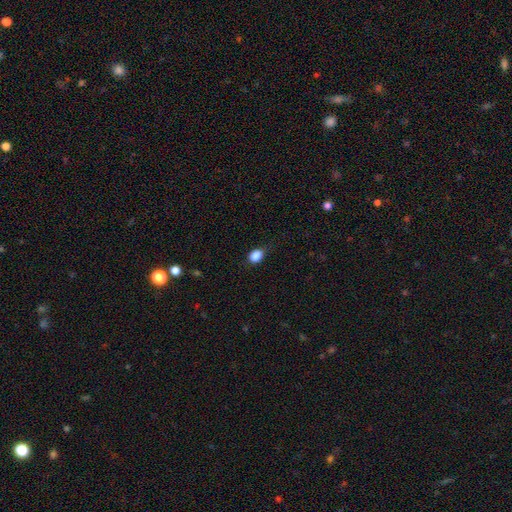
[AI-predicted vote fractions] Smooth or featured? smooth (87%)
How rounded? in between (65%)
Merging? none (76%)